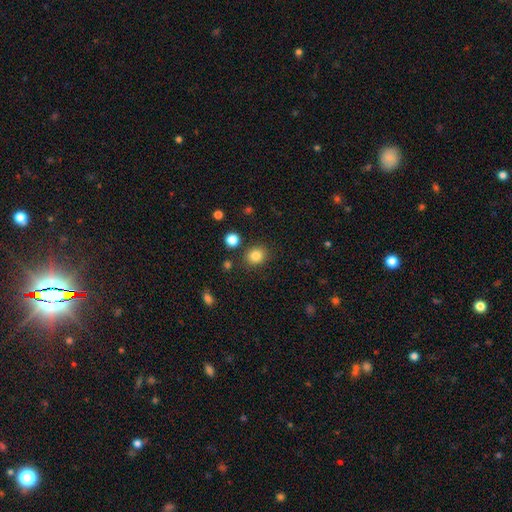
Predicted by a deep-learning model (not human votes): The model was most divided on "how rounded": round: 75%, in between: 24%, cigar-shaped: 1%. More confident: merging — none (85%); smooth or featured — smooth (83%).